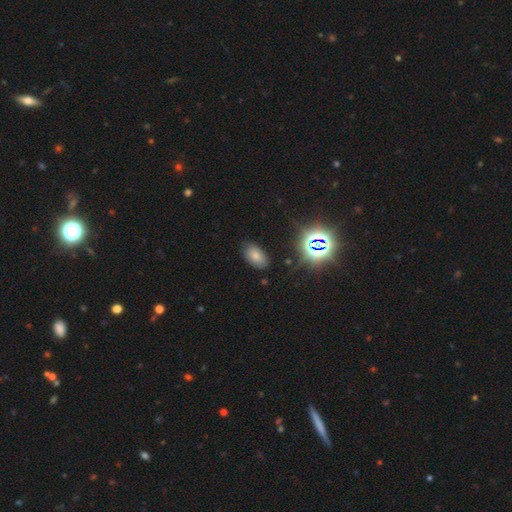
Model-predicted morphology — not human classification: smooth-or-featured: smooth: 69% | star or artifact: 20% | featured or disk: 11%
  how-rounded: in between: 92% | round: 6% | cigar-shaped: 2%
  merging: none: 81% | minor disturbance: 14% | major disturbance: 3% | merger: 2%